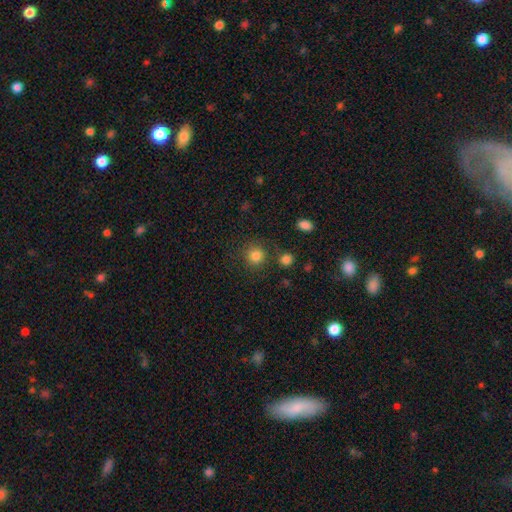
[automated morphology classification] Smooth or featured? Predicted: smooth (p=0.83). How rounded? Predicted: round (p=0.92). Merging? Predicted: none (p=0.83).